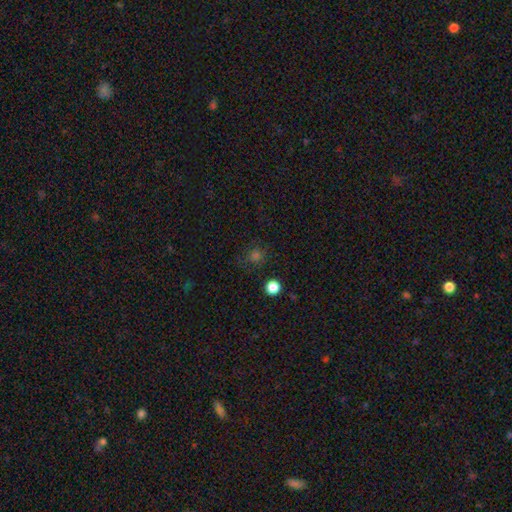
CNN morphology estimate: This is likely a smooth galaxy (69%). How rounded: clearly round (86%). Merging: clearly none (80%).